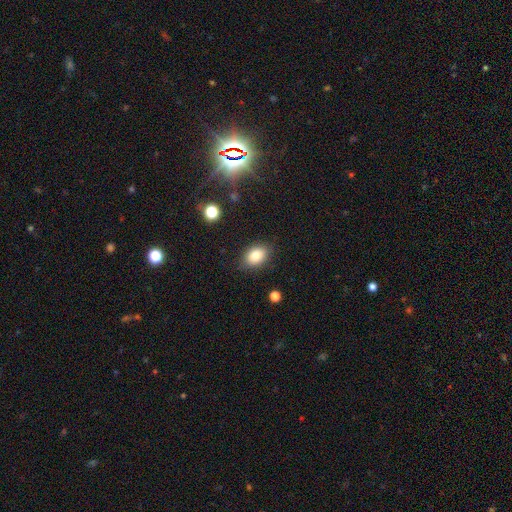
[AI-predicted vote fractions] A smooth galaxy with no disk features (85%) that is in between round and cigar-shaped (80%).

Vote fractions:
- Smooth or featured? smooth: 85% / star or artifact: 9% / featured or disk: 7%
- How rounded? in between: 80% / round: 19% / cigar-shaped: 1%
- Merging? none: 84% / minor disturbance: 11% / major disturbance: 3% / merger: 1%